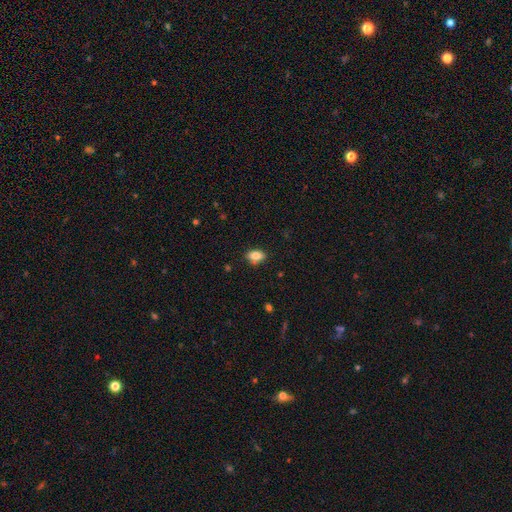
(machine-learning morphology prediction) smooth_or_featured: smooth (p=0.82) [alt: featured or disk p=0.10]
how_rounded: in between (p=0.85) [alt: round p=0.11]
merging: none (p=0.81) [alt: minor disturbance p=0.13]